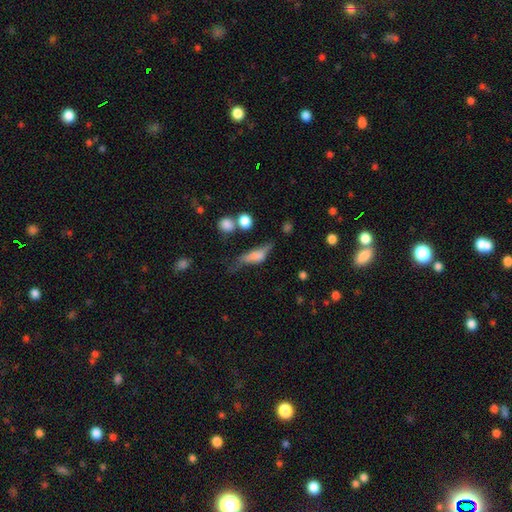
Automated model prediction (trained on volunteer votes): This is possibly a smooth galaxy (55%). How rounded: possibly in between (48%). Merging: marginally none (38%).